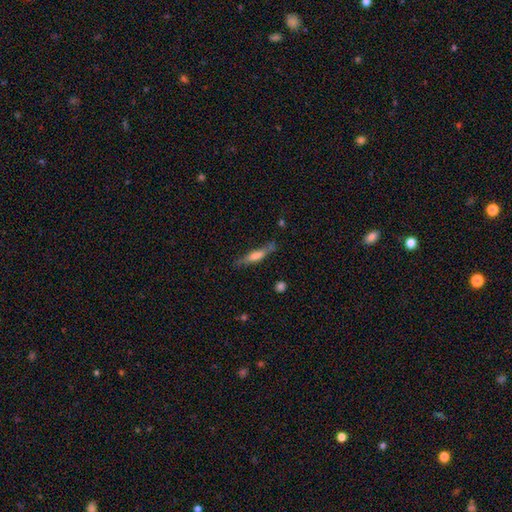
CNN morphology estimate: smooth_or_featured: smooth (p=0.50) [alt: featured or disk p=0.43]
merging: none (p=0.70) [alt: minor disturbance p=0.20]